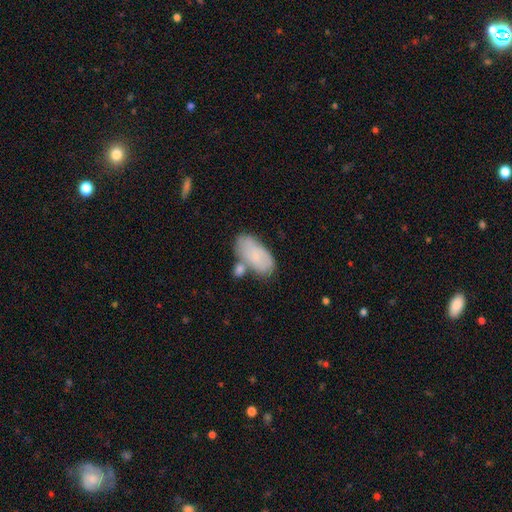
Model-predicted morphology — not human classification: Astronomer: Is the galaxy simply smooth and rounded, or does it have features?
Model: smooth — 72%.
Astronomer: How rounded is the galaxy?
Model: in between — 93%.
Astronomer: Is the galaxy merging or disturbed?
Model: none — 45% (runner-up: merger, 26%).